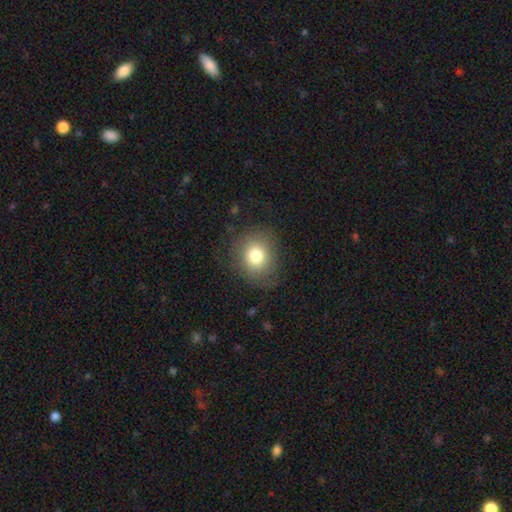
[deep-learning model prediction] Smooth or featured?
  - smooth: 78% *
  - featured or disk: 11%
  - star or artifact: 11%
How rounded?
  - round: 67% *
  - in between: 32%
  - cigar-shaped: 1%
Merging?
  - none: 78% *
  - minor disturbance: 14%
  - major disturbance: 7%
  - merger: 1%